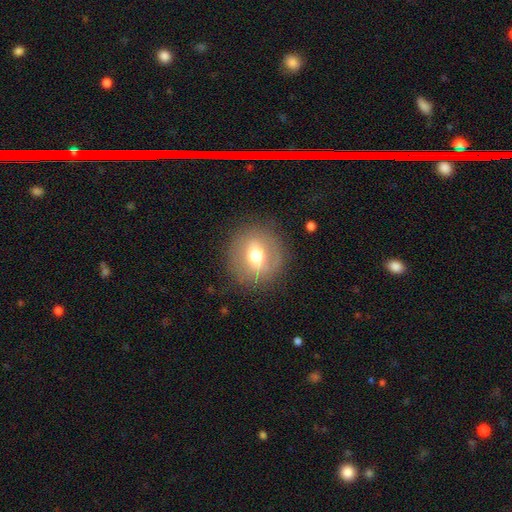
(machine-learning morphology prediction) smooth 52%, featured or disk 38%, star or artifact 10%. Down the decision tree: how rounded — round (88%); merging — none (84%).